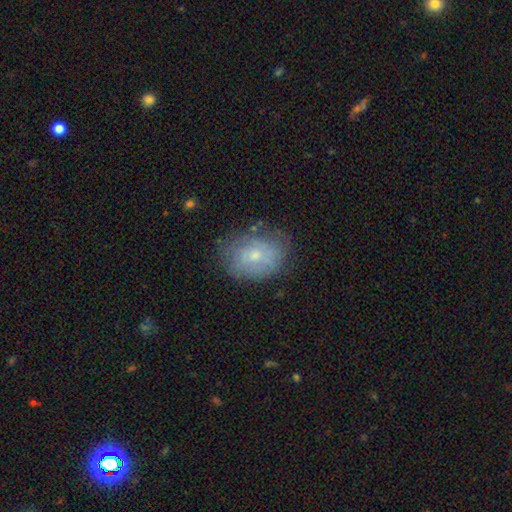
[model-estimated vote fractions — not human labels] Smooth or featured?
  - smooth: 55% *
  - featured or disk: 36%
  - star or artifact: 9%
How rounded?
  - in between: 64% *
  - round: 35%
  - cigar-shaped: 1%
Merging?
  - none: 67% *
  - minor disturbance: 23%
  - major disturbance: 8%
  - merger: 2%